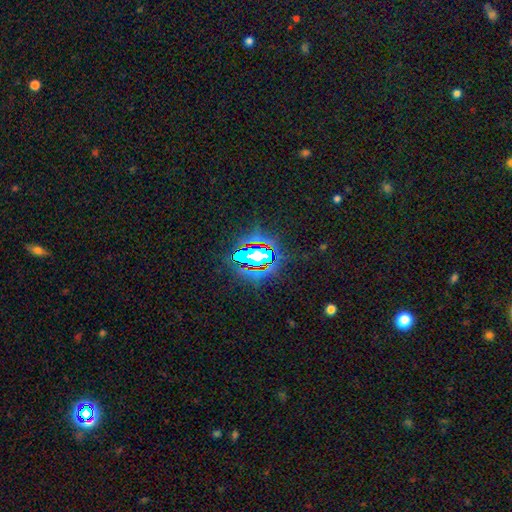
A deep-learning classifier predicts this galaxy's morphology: Q: Smooth or featured?
A: star or artifact (67%); runner-up: smooth (19%)